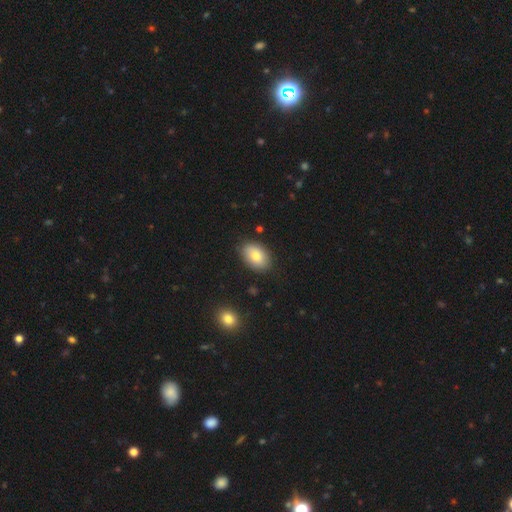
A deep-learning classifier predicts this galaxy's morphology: type=smooth (78%); roundness=in between (86%); merging=none (85%).